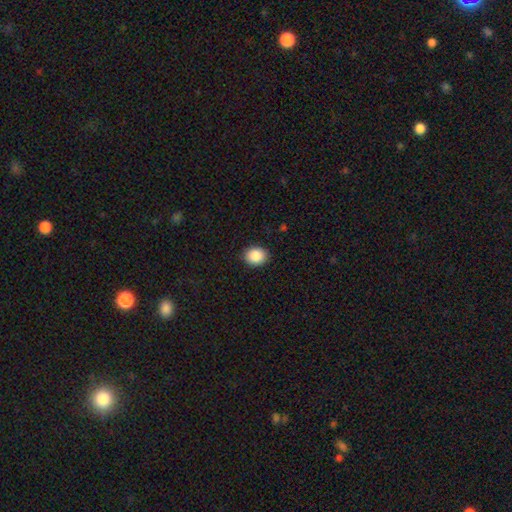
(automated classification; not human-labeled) smooth 88%, star or artifact 8%, featured or disk 4%. Down the decision tree: how rounded — round (61%); merging — none (90%).